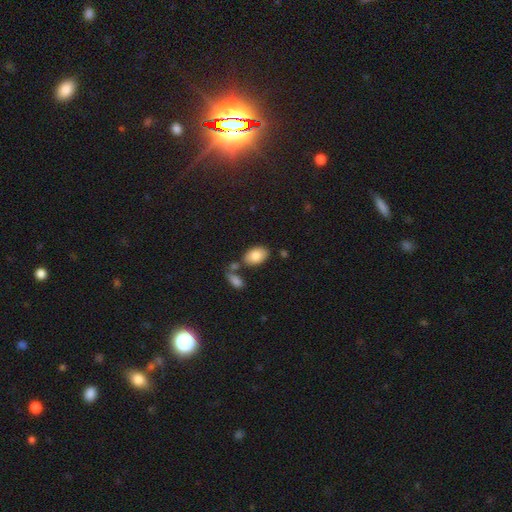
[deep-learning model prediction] Morphology: type=smooth (83%); roundness=in between (91%); merging=none (71%).